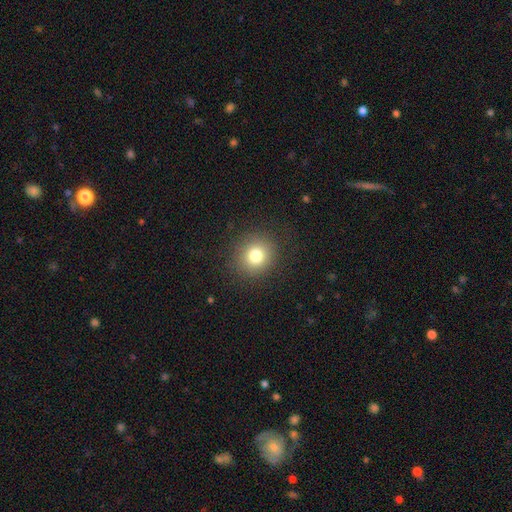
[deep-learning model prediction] A smooth galaxy with no disk features (78%) that is round (88%).

Vote fractions:
- Smooth or featured? smooth: 78% / star or artifact: 13% / featured or disk: 9%
- How rounded? round: 88% / in between: 11% / cigar-shaped: 1%
- Merging? none: 89% / minor disturbance: 7% / major disturbance: 3% / merger: 1%